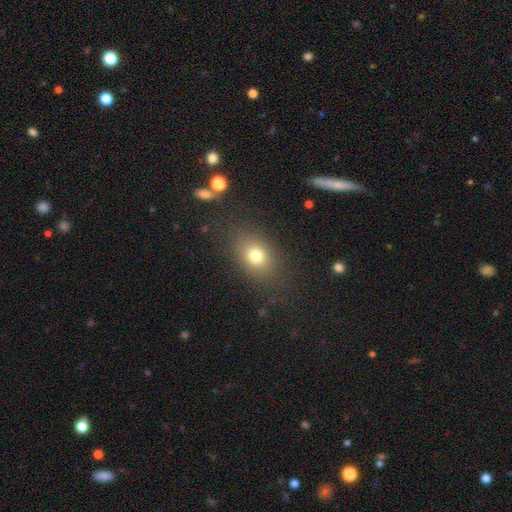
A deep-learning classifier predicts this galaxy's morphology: The model was most divided on "how rounded": in between: 64%, round: 34%, cigar-shaped: 2%. More confident: merging — none (81%); smooth or featured — smooth (75%).